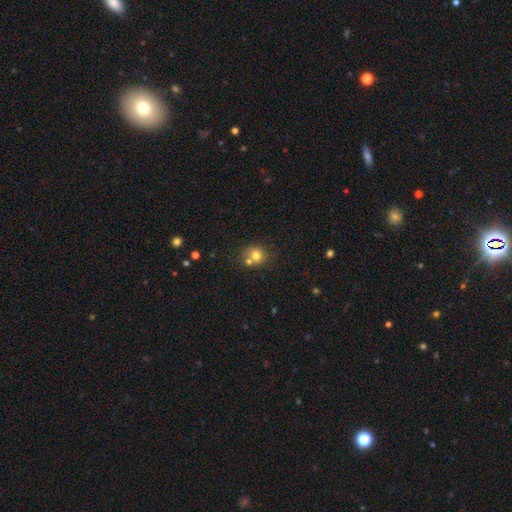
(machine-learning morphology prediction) type=smooth (75%); roundness=round (78%); merging=none (53%).